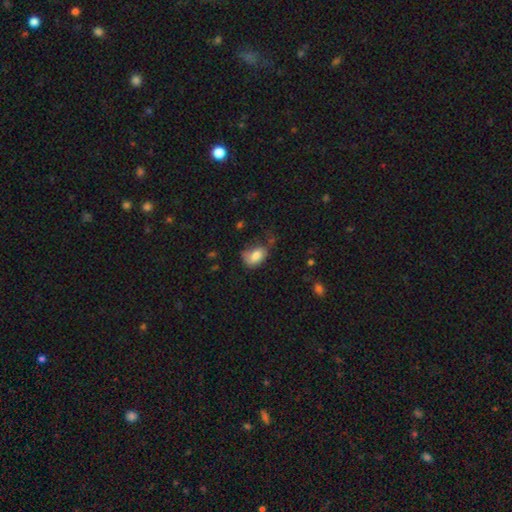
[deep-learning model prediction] A smooth galaxy with no disk features (80%) that is in between round and cigar-shaped (84%). Merging: none (42%).